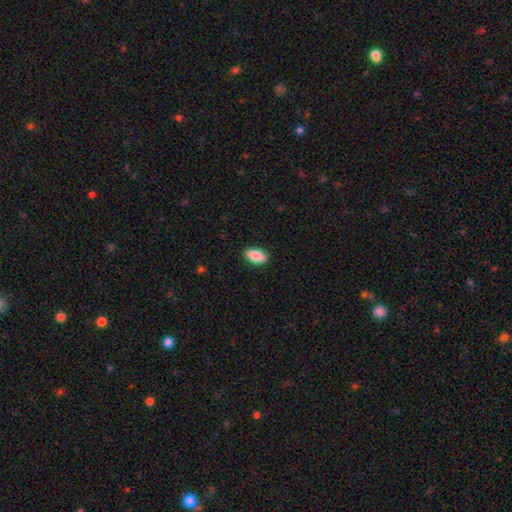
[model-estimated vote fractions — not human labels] smooth-or-featured: smooth: 86% | featured or disk: 7% | star or artifact: 7%
  how-rounded: in between: 93% | round: 4% | cigar-shaped: 3%
  merging: none: 89% | minor disturbance: 8% | major disturbance: 2% | merger: 1%